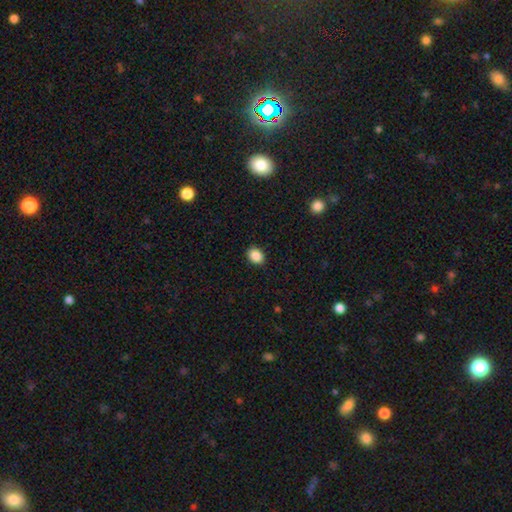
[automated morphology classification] Smooth or featured: smooth — 88% (star or artifact — 8%)
How rounded: in between — 66% (round — 33%)
Merging: none — 90% (minor disturbance — 8%)